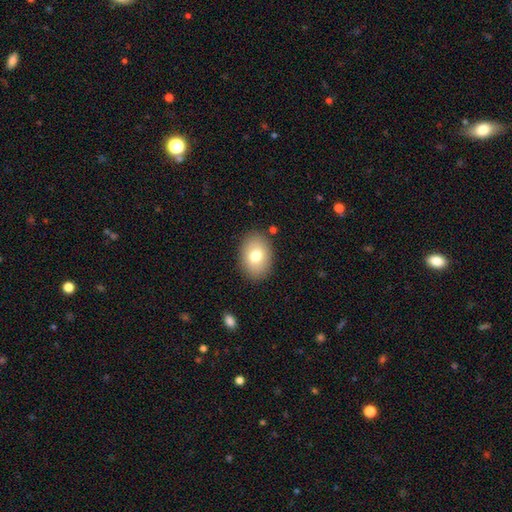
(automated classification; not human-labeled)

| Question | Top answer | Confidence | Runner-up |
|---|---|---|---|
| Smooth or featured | smooth | 76% | featured or disk (16%) |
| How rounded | in between | 76% | round (23%) |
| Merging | none | 87% | minor disturbance (9%) |